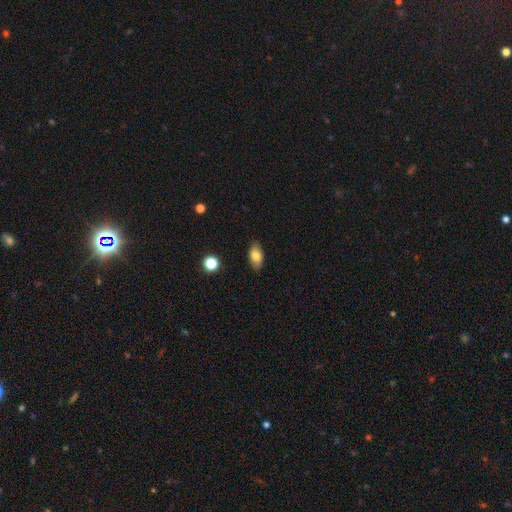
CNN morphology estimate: type=smooth (81%); roundness=in between (91%); merging=none (86%).